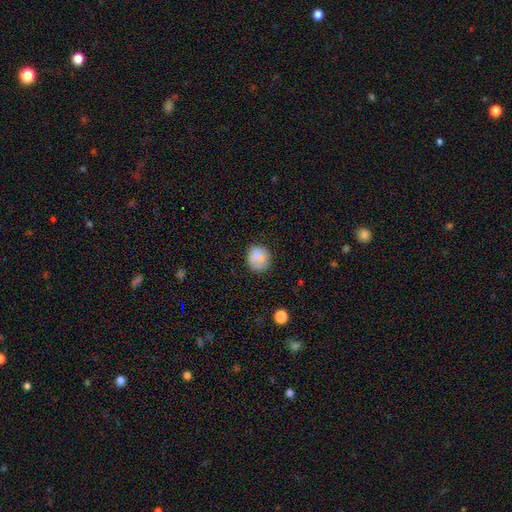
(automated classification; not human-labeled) The model was most divided on "merging": none: 79%, minor disturbance: 15%, major disturbance: 4%, merger: 1%. More confident: smooth or featured — smooth (84%); how rounded — round (83%).